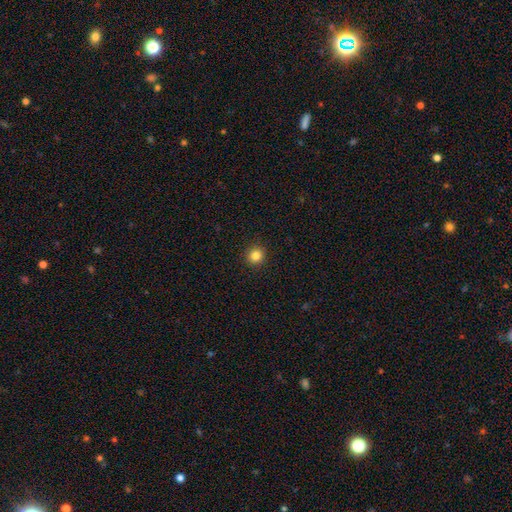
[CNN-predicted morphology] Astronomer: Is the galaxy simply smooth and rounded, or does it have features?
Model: smooth — 83%.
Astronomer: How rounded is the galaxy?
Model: round — 94%.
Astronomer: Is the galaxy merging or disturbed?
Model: none — 93%.